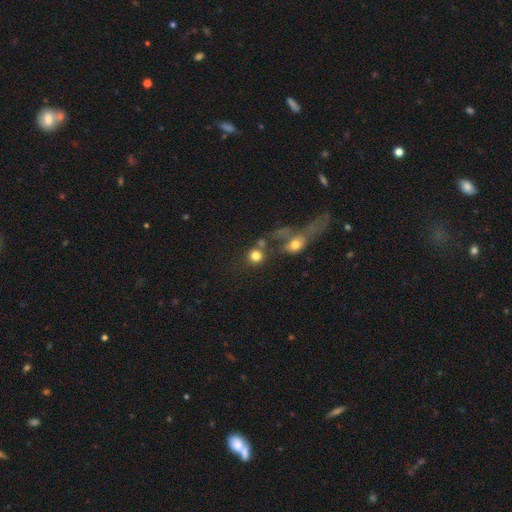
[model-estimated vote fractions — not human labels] smooth-or-featured: smooth: 78% | star or artifact: 11% | featured or disk: 11%
  how-rounded: round: 87% | in between: 11% | cigar-shaped: 2%
  merging: none: 50% | merger: 32% | minor disturbance: 9% | major disturbance: 9%